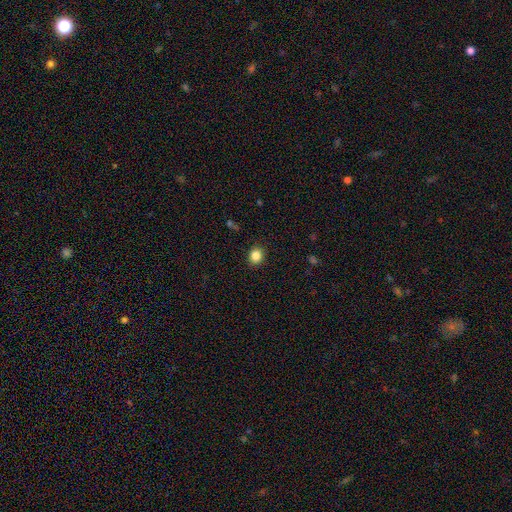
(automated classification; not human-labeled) This is clearly a smooth galaxy (85%). How rounded: likely round (66%). Merging: clearly none (89%).